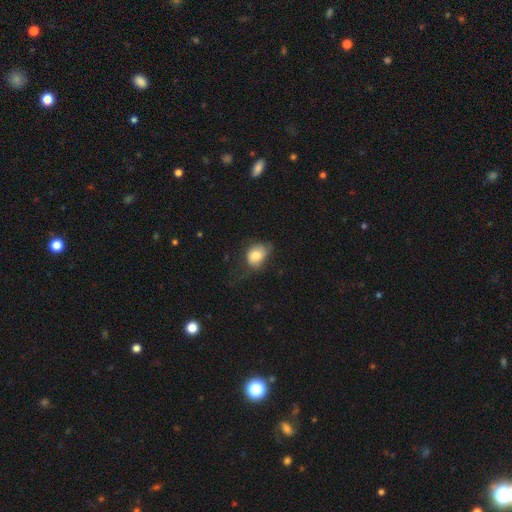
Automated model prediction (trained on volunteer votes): This is likely a smooth galaxy (75%). How rounded: possibly in between (60%). Merging: marginally none (41%).